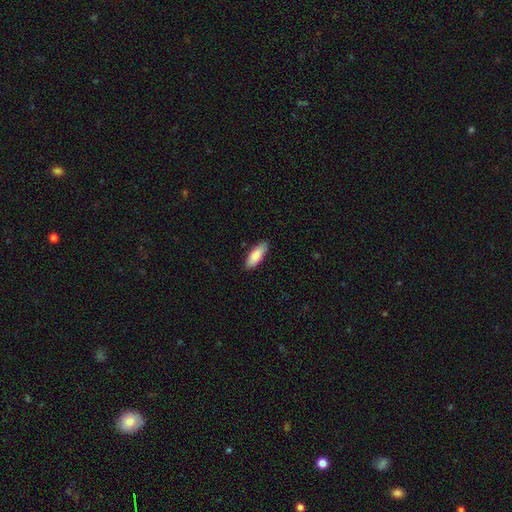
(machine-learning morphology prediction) Smooth or featured? Predicted: smooth (p=0.85). How rounded? Predicted: in between (p=0.73). Merging? Predicted: none (p=0.86).